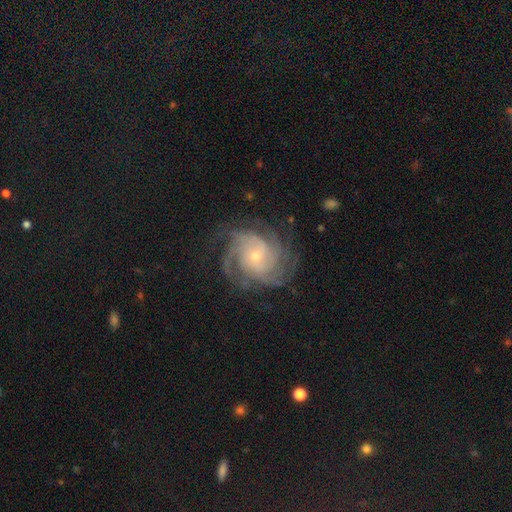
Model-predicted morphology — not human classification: smooth_or_featured: featured or disk (p=0.88) [alt: star or artifact p=0.06]
disk_edge_on: no (p=0.98) [alt: yes p=0.02]
bar: no (p=0.69) [alt: weak p=0.26]
has_spiral_arms: yes (p=0.98) [alt: no p=0.02]
spiral_winding: tight (p=0.61) [alt: medium p=0.32]
spiral_arm_count: 4 (p=0.28) [alt: 3 p=0.22]
bulge_size: small (p=0.69) [alt: moderate p=0.27]
merging: none (p=0.74) [alt: minor disturbance p=0.16]